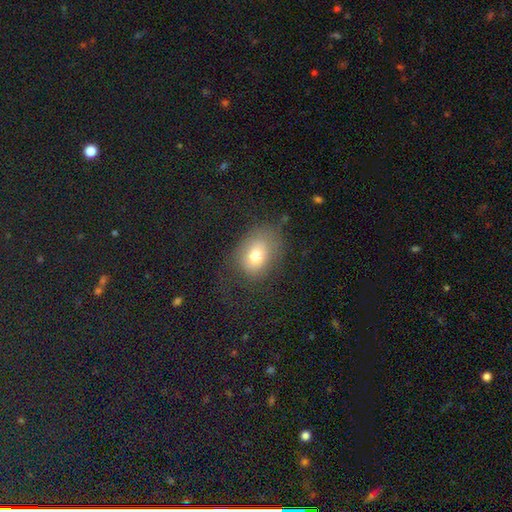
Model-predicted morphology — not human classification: This appears to be a smooth galaxy with no disk features (73%) that is in between round and cigar-shaped (64%). Merging: none (60%).